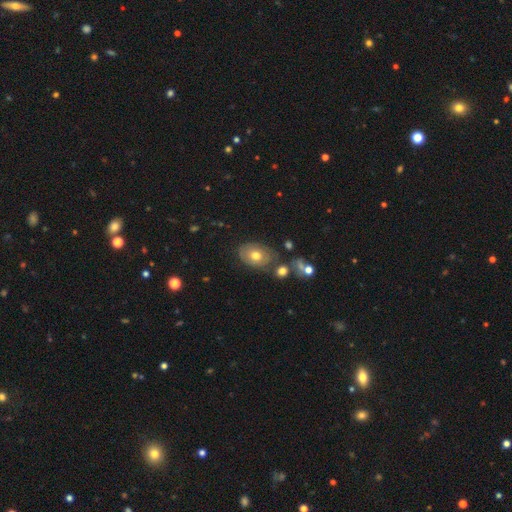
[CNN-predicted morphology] type=smooth (55%); roundness=in between (77%); merging=none (64%).